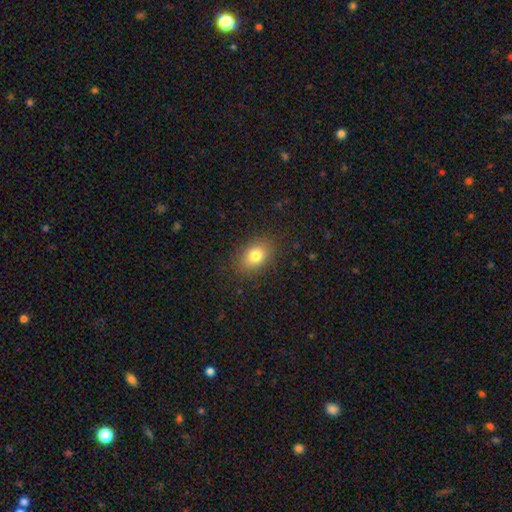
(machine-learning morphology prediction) Smooth or featured?
  - smooth: 80% *
  - star or artifact: 10%
  - featured or disk: 10%
How rounded?
  - in between: 69% *
  - round: 29%
  - cigar-shaped: 1%
Merging?
  - none: 86% *
  - minor disturbance: 10%
  - major disturbance: 3%
  - merger: 1%